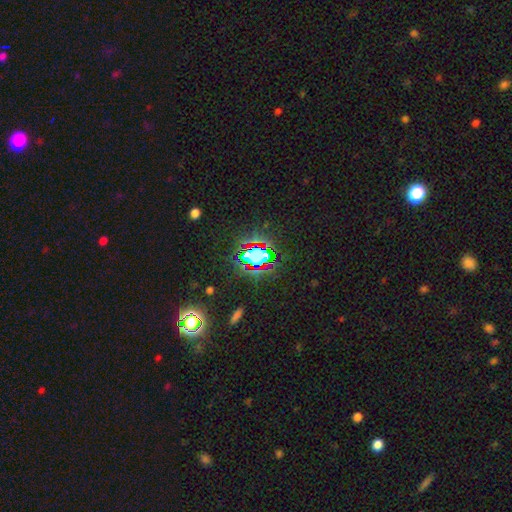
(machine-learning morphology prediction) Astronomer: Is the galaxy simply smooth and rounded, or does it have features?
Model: star or artifact — 65%.